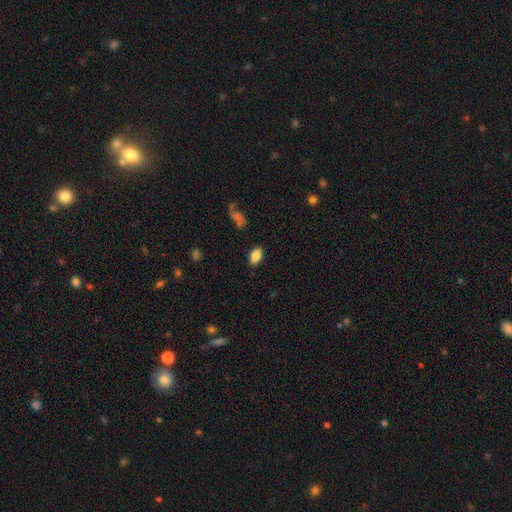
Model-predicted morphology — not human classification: type=smooth (82%); roundness=in between (91%); merging=none (85%).